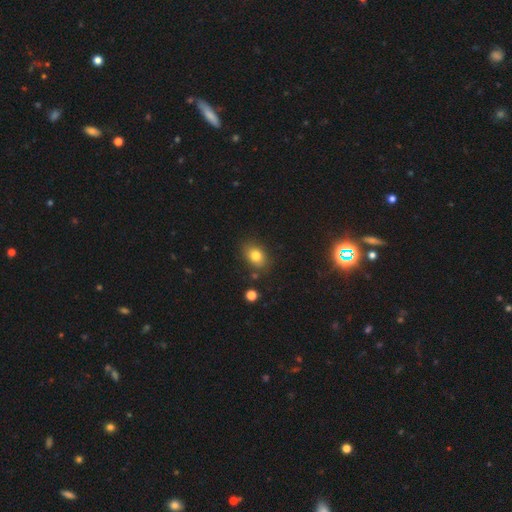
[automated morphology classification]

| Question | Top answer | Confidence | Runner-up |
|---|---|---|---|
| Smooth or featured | smooth | 79% | star or artifact (11%) |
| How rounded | in between | 69% | round (30%) |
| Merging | none | 80% | minor disturbance (13%) |